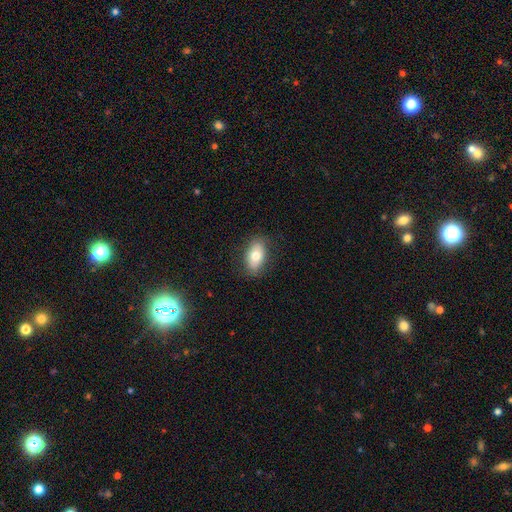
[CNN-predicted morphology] Q: Smooth or featured?
A: smooth (72%); runner-up: featured or disk (20%)
Q: How rounded?
A: in between (90%); runner-up: round (8%)
Q: Merging?
A: none (83%); runner-up: minor disturbance (12%)